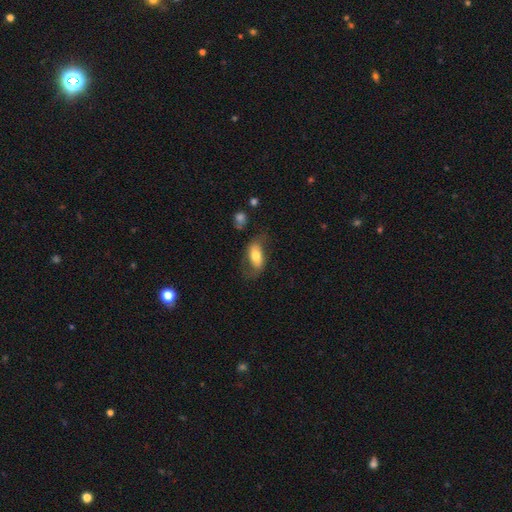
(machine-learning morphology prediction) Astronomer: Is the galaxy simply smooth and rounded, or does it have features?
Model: smooth — 54% (runner-up: featured or disk, 40%).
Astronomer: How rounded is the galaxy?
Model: in between — 88%.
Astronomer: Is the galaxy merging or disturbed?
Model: none — 56%.